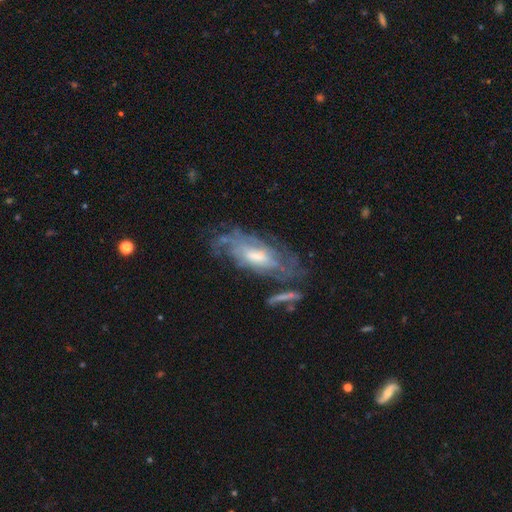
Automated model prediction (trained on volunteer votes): Overall: featured or disk (74%). Edge-on disk: no (86%). Bar: no (57%; weak 35%). Spiral arms: yes (76%). Bulge size: moderate (54%; small 26%). Merging: none (55%; minor disturbance 22%).